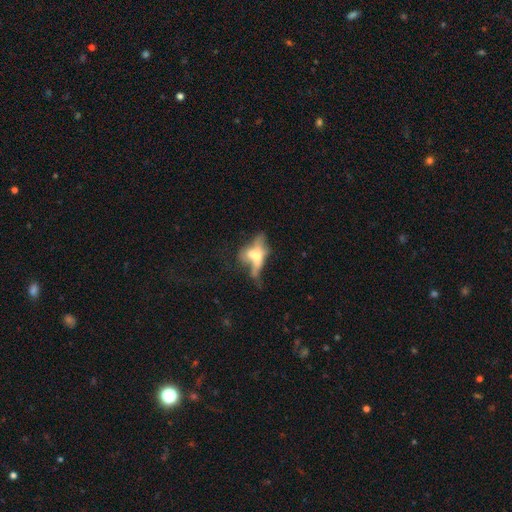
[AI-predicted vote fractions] Smooth or featured? featured or disk (49%)
Merging? merger (52%)